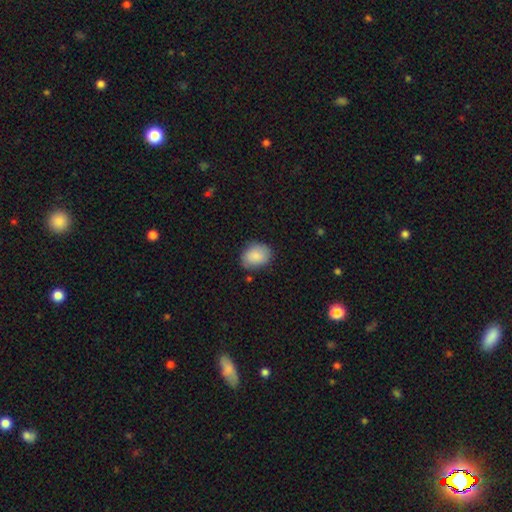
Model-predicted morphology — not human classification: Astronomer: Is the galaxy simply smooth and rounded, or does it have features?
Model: smooth — 86%.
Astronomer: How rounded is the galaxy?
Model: in between — 60% (runner-up: round, 39%).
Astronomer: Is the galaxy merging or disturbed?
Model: none — 76%.